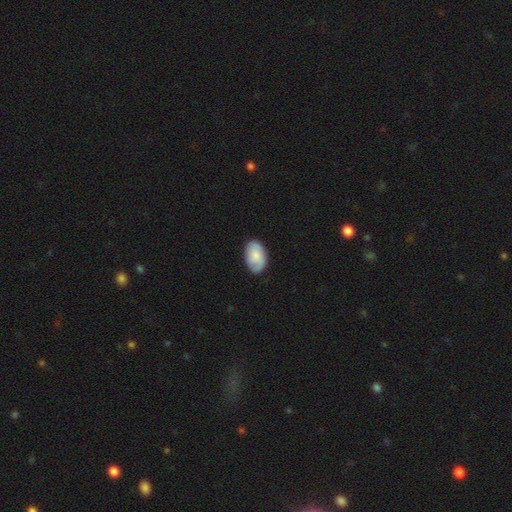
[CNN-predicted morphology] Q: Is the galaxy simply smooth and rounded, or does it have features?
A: smooth — 64%.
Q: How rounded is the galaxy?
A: in between — 91%.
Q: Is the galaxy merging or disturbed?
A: none — 78%.